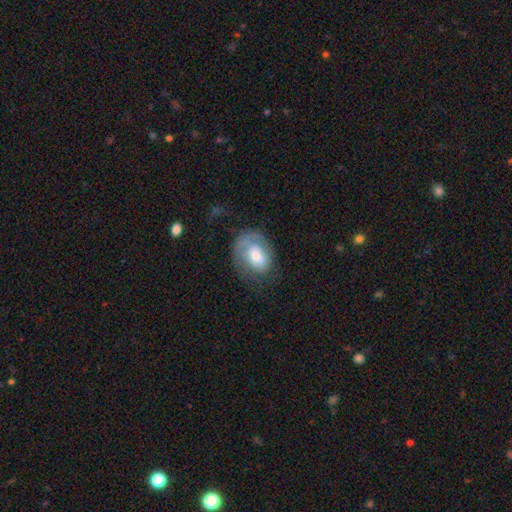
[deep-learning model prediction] smooth-or-featured: smooth: 50% | featured or disk: 42% | star or artifact: 8%
  how-rounded: in between: 69% | round: 30% | cigar-shaped: 1%
  merging: none: 51% | minor disturbance: 26% | major disturbance: 21% | merger: 2%